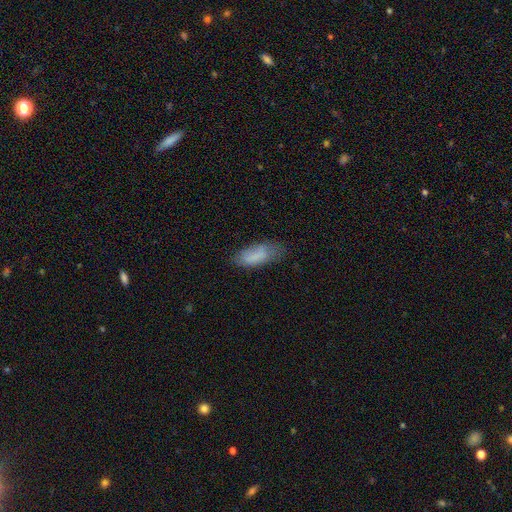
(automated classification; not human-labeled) The model was most divided on "merging": none: 59%, minor disturbance: 29%, major disturbance: 10%, merger: 2%. More confident: smooth or featured — smooth (78%); how rounded — in between (78%).